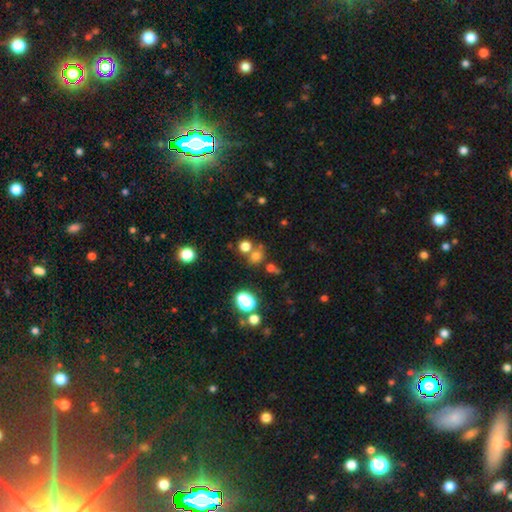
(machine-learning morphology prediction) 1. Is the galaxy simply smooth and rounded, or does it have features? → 63% smooth, 28% star or artifact, 9% featured or disk.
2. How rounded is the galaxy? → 83% round, 16% in between, 1% cigar-shaped.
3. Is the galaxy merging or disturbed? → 63% none, 23% merger, 9% minor disturbance, 5% major disturbance.